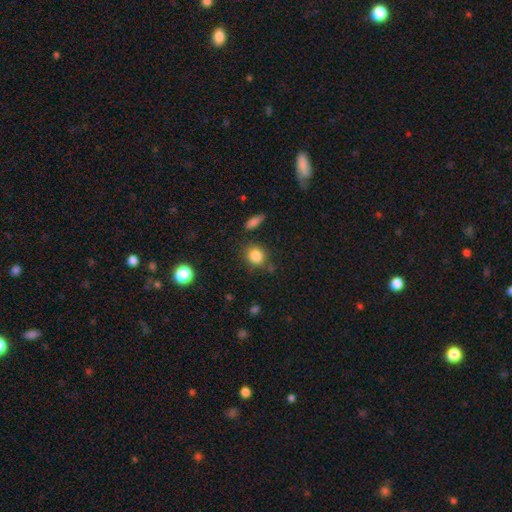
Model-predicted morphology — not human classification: Smooth or featured?
  - smooth: 84% *
  - star or artifact: 10%
  - featured or disk: 6%
How rounded?
  - round: 75% *
  - in between: 24%
  - cigar-shaped: 1%
Merging?
  - none: 77% *
  - minor disturbance: 13%
  - merger: 6%
  - major disturbance: 4%